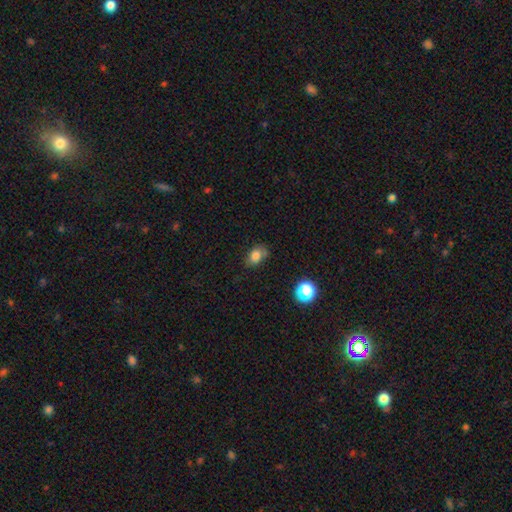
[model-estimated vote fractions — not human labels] This is likely a smooth galaxy (79%). How rounded: likely in between (77%). Merging: likely none (66%).